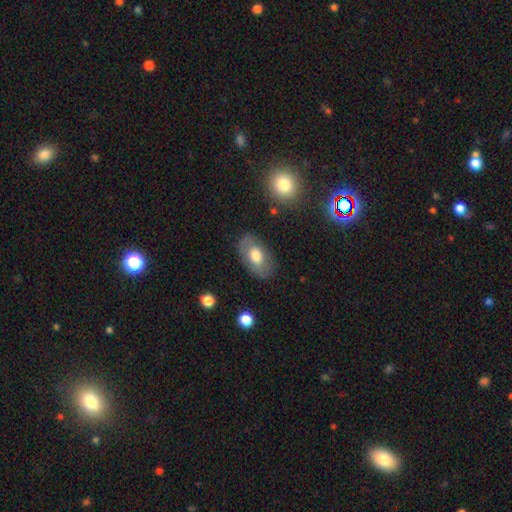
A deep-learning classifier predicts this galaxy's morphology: Smooth or featured?
  - smooth: 63% *
  - featured or disk: 30%
  - star or artifact: 7%
How rounded?
  - in between: 90% *
  - round: 8%
  - cigar-shaped: 2%
Merging?
  - none: 77% *
  - minor disturbance: 16%
  - major disturbance: 5%
  - merger: 2%